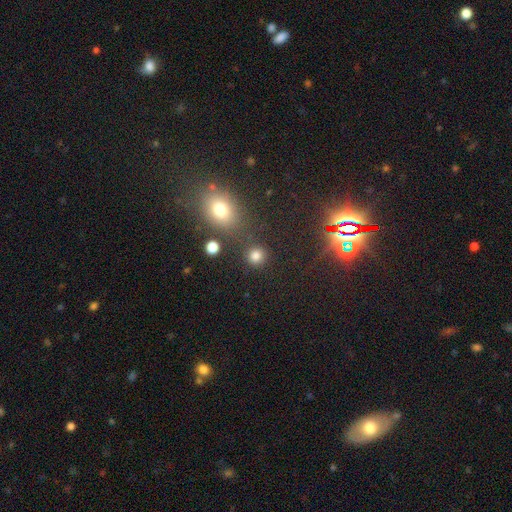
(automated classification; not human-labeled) The model was most divided on "smooth or featured": smooth: 79%, star or artifact: 16%, featured or disk: 5%. More confident: how rounded — round (88%); merging — none (83%).